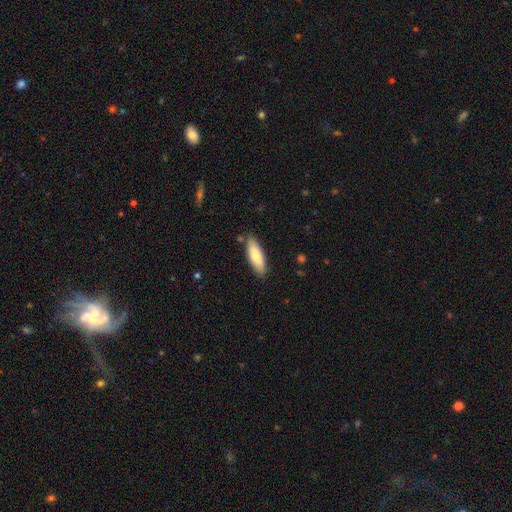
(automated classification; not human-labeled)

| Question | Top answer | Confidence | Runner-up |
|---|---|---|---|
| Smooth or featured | smooth | 75% | featured or disk (19%) |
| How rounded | in between | 57% | cigar-shaped (42%) |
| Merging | none | 84% | minor disturbance (11%) |